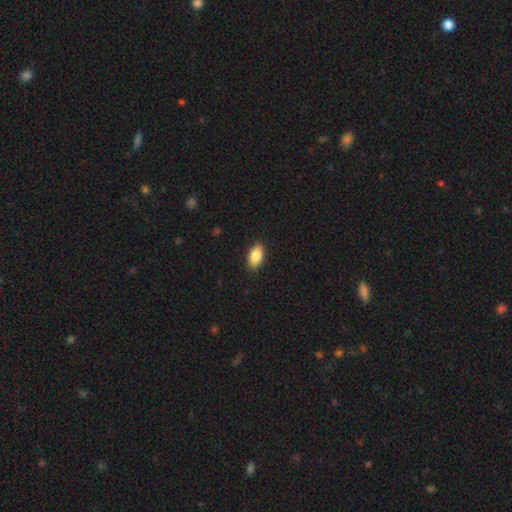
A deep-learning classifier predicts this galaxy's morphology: Smooth or featured: smooth — 86% (star or artifact — 7%)
How rounded: in between — 92% (round — 4%)
Merging: none — 89% (minor disturbance — 8%)